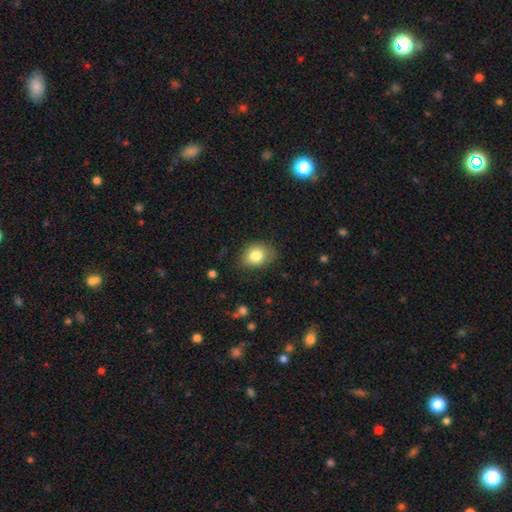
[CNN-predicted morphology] The model was most divided on "how rounded": in between: 56%, round: 43%, cigar-shaped: 1%. More confident: smooth or featured — smooth (81%); merging — none (72%).